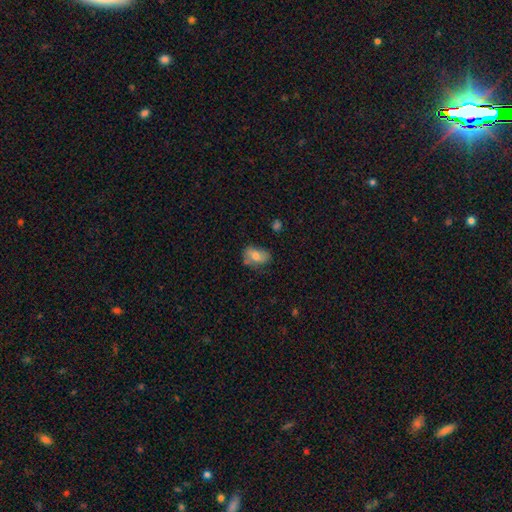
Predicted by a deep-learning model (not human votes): A smooth galaxy with no disk features (66%) that is in between round and cigar-shaped (81%).

Vote fractions:
- Smooth or featured? smooth: 66% / featured or disk: 25% / star or artifact: 9%
- How rounded? in between: 81% / round: 17% / cigar-shaped: 2%
- Merging? none: 54% / minor disturbance: 30% / major disturbance: 9% / merger: 7%